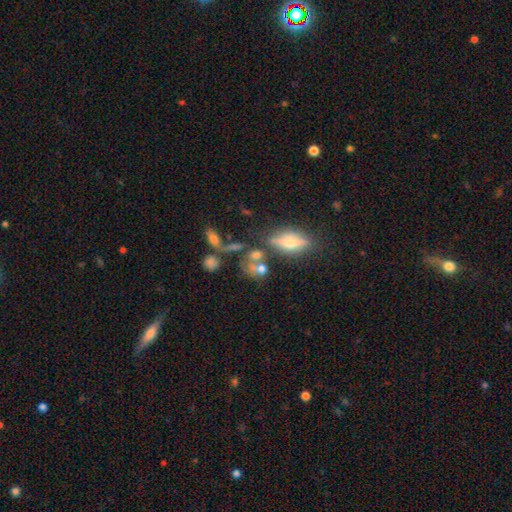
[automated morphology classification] A featured or disk galaxy (41%). Merging: none (49%).